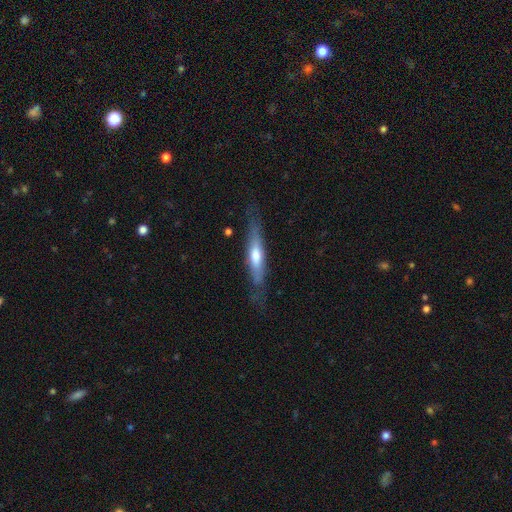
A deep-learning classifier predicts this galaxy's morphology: Q: Smooth or featured?
A: featured or disk (50%); runner-up: smooth (44%)
Q: Edge-on disk?
A: yes (79%); runner-up: no (21%)
Q: Merging?
A: none (73%); runner-up: minor disturbance (19%)